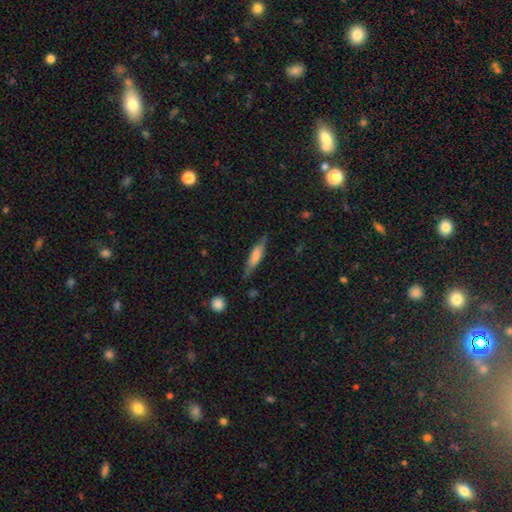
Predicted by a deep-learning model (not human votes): smooth_or_featured: smooth (p=0.67) [alt: featured or disk p=0.27]
how_rounded: cigar-shaped (p=0.75) [alt: in between p=0.23]
merging: none (p=0.71) [alt: minor disturbance p=0.22]